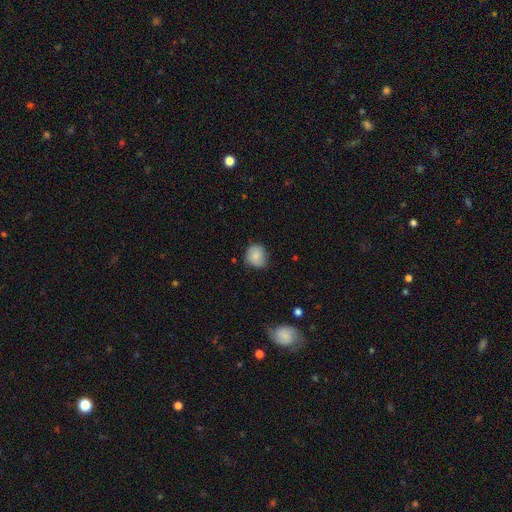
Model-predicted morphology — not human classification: This appears to be a smooth galaxy with no disk features (79%) that is round (73%). Merging: none (66%).